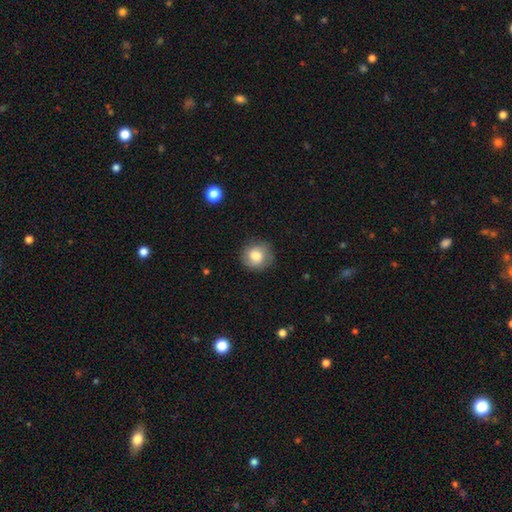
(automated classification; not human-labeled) Smooth or featured? Predicted: smooth (p=0.65). How rounded? Predicted: round (p=0.87). Merging? Predicted: none (p=0.80).